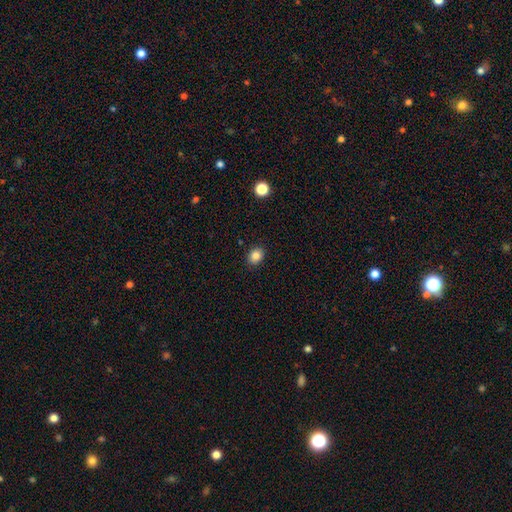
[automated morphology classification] smooth_or_featured: smooth (p=0.85) [alt: star or artifact p=0.10]
how_rounded: round (p=0.54) [alt: in between p=0.45]
merging: none (p=0.89) [alt: minor disturbance p=0.07]